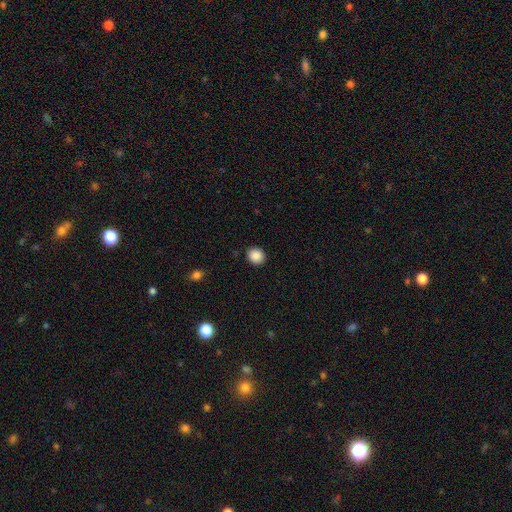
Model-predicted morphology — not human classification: Overall: smooth (88%). How rounded: round (85%). Merging: none (91%).